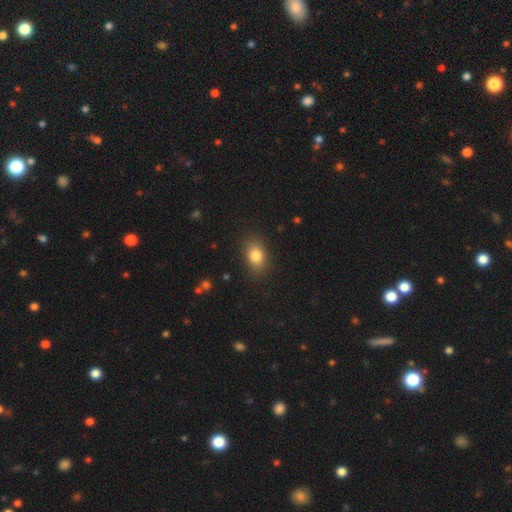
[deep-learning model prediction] Smooth or featured?
  - smooth: 83% *
  - star or artifact: 10%
  - featured or disk: 8%
How rounded?
  - in between: 76% *
  - round: 22%
  - cigar-shaped: 2%
Merging?
  - none: 85% *
  - minor disturbance: 10%
  - major disturbance: 3%
  - merger: 1%